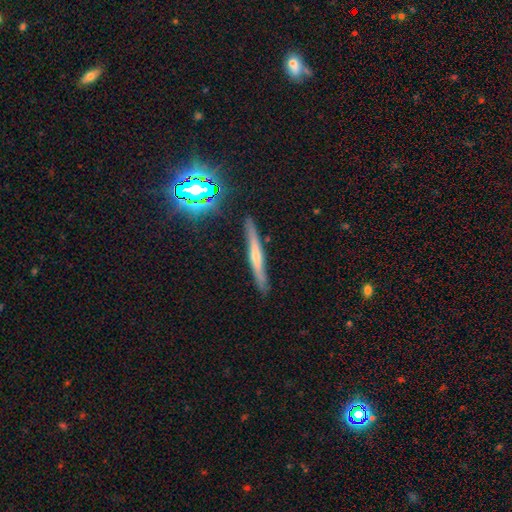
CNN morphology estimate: A featured or disk galaxy (62%) viewed edge-on (96%) with a rounded central bulge (70%).

Vote fractions:
- Smooth or featured? featured or disk: 62% / smooth: 22% / star or artifact: 16%
- Edge-on disk? yes: 96% / no: 4%
- Edge-on bulge? rounded: 70% / none: 23% / boxy: 7%
- Merging? none: 89% / minor disturbance: 8% / merger: 2% / major disturbance: 2%